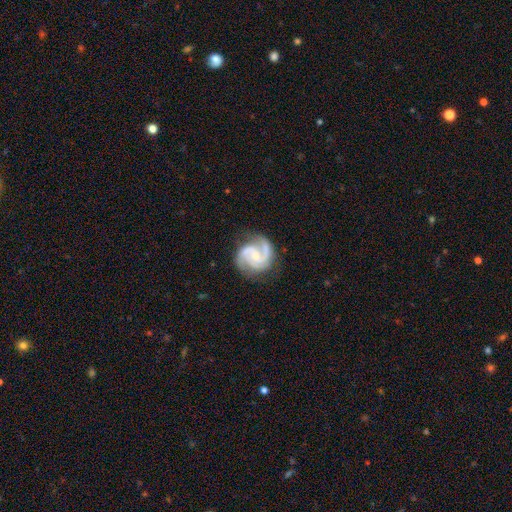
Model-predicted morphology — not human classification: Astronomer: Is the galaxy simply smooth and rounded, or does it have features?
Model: featured or disk — 91%.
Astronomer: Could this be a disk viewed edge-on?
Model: no — 98%.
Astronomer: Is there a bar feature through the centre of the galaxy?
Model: no — 46% (runner-up: weak, 43%).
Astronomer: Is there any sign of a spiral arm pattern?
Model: yes — 98%.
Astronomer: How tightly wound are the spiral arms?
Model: medium — 57%.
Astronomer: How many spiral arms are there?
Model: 2 — 73%.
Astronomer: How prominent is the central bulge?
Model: small — 63%.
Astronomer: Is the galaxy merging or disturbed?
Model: none — 76%.